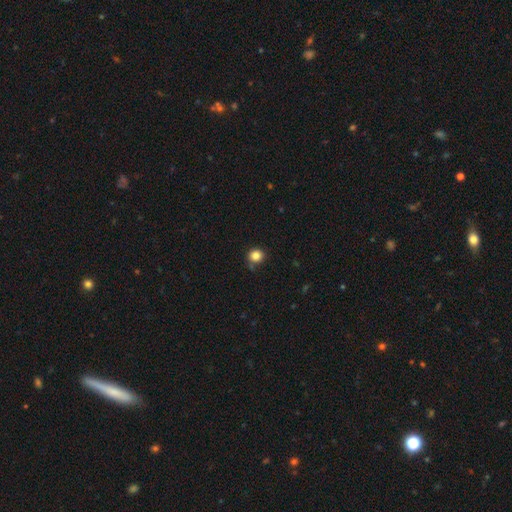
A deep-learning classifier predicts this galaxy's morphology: A smooth galaxy with no disk features (84%) that is round (88%). Merging: none (80%).